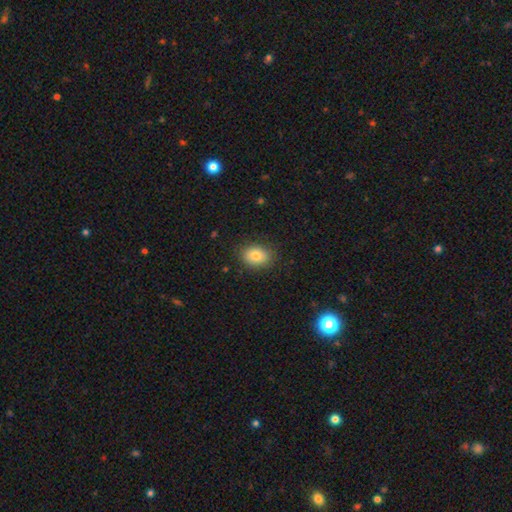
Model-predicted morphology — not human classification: A smooth galaxy with no disk features (82%) that is in between round and cigar-shaped (65%).

Vote fractions:
- Smooth or featured? smooth: 82% / featured or disk: 10% / star or artifact: 9%
- How rounded? in between: 65% / round: 34% / cigar-shaped: 1%
- Merging? none: 84% / minor disturbance: 12% / major disturbance: 3% / merger: 1%